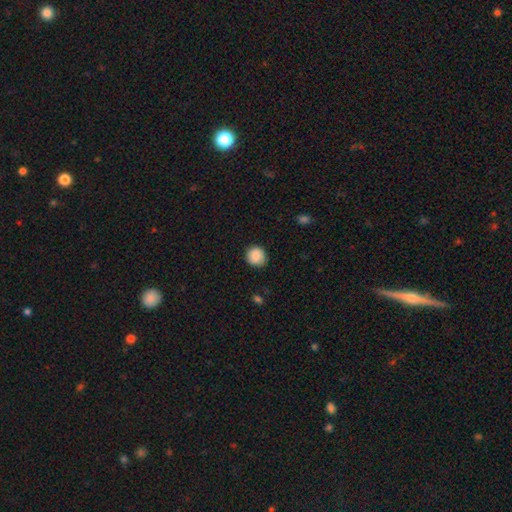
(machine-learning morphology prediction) A smooth galaxy with no disk features (87%) that is round (90%). Merging: none (87%).